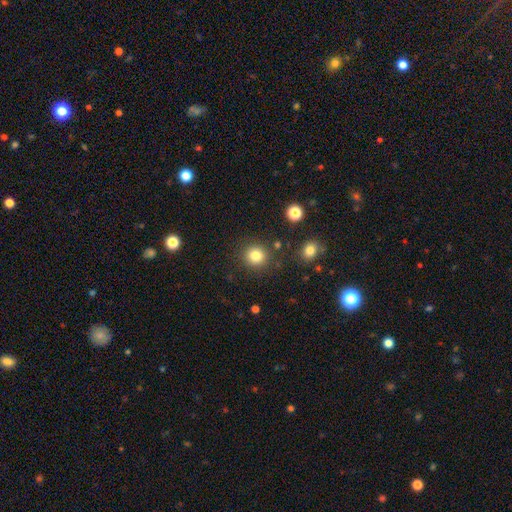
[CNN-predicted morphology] This is clearly a smooth galaxy (82%). How rounded: clearly round (91%). Merging: clearly none (87%).